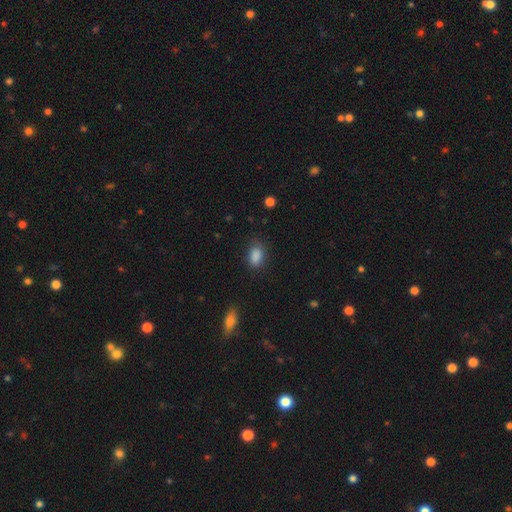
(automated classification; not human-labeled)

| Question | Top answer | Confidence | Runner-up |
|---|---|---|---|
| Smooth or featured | smooth | 87% | star or artifact (9%) |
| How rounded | in between | 84% | round (14%) |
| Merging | none | 77% | minor disturbance (17%) |